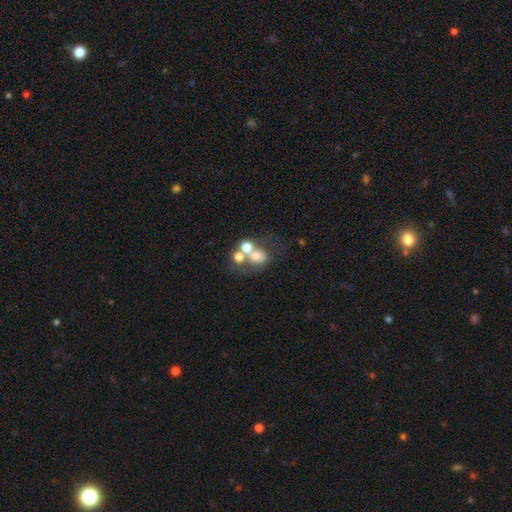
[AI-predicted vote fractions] Smooth or featured? Predicted: smooth (p=0.55). How rounded? Predicted: round (p=0.59). Merging? Predicted: merger (p=0.50).